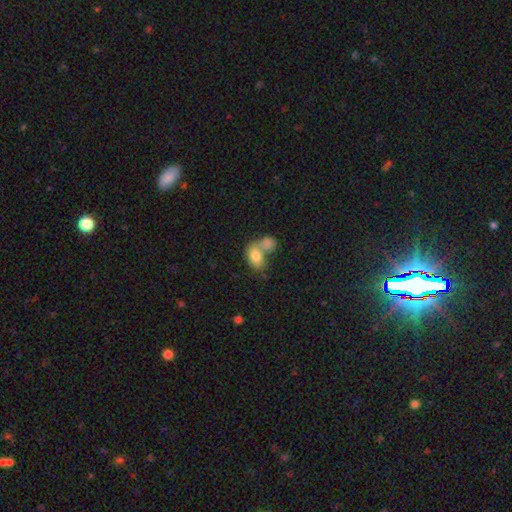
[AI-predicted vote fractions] Q: Smooth or featured?
A: smooth (79%); runner-up: featured or disk (13%)
Q: How rounded?
A: in between (83%); runner-up: round (15%)
Q: Merging?
A: merger (61%); runner-up: none (25%)